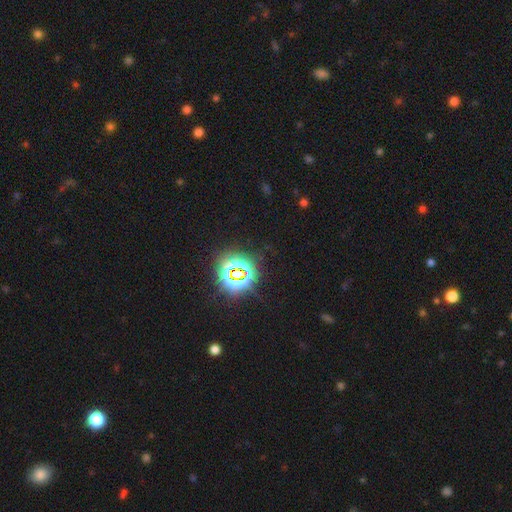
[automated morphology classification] The model was most divided on "smooth or featured": star or artifact: 80%, smooth: 14%, featured or disk: 7%.